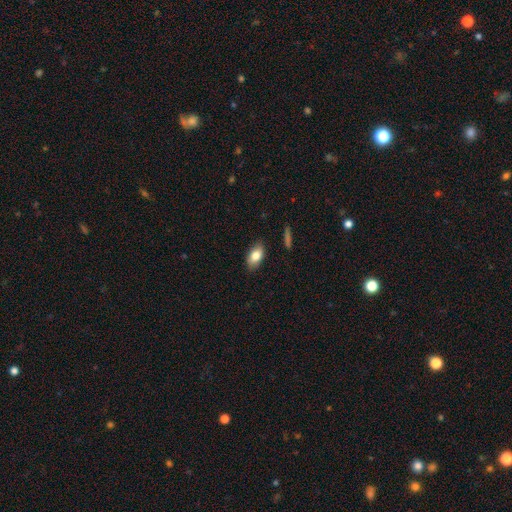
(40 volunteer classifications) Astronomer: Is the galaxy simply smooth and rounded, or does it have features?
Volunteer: smooth — 88%.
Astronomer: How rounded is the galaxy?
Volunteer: in between — 97%.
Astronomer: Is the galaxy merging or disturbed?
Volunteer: none — 82%.